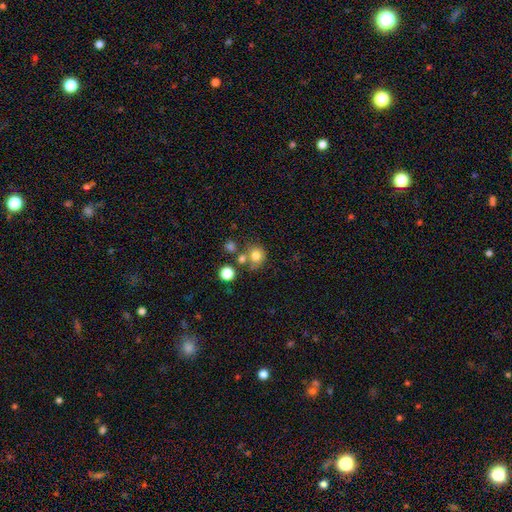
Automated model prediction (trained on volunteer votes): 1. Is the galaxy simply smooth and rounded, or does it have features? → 77% smooth, 13% star or artifact, 10% featured or disk.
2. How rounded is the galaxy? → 84% round, 15% in between, 1% cigar-shaped.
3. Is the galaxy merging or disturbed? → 57% none, 25% merger, 12% minor disturbance, 6% major disturbance.